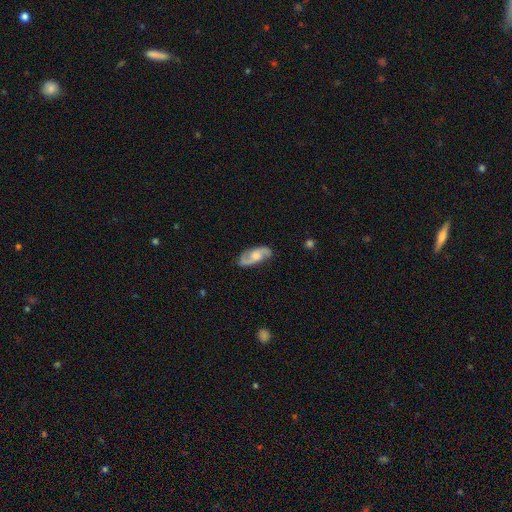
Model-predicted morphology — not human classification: Smooth or featured: featured or disk — 81% (smooth — 14%)
Edge-on disk: no — 94% (yes — 6%)
Bar: no — 55% (weak — 37%)
Spiral arms: yes — 95% (no — 5%)
Spiral winding: medium — 51% (loose — 31%)
Spiral arm count: 2 — 91% (can't tell — 4%)
Bulge size: moderate — 43% (large — 22%)
Merging: none — 82% (minor disturbance — 13%)